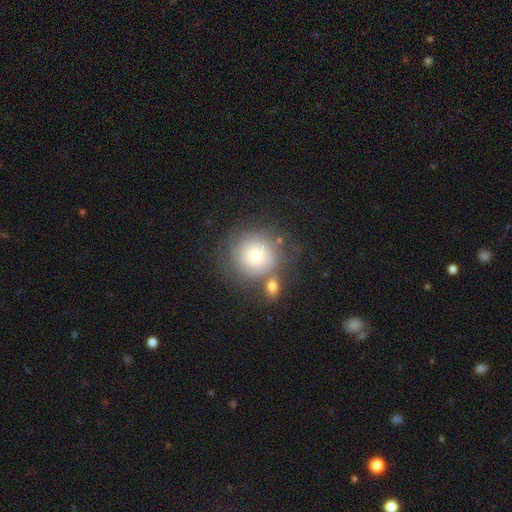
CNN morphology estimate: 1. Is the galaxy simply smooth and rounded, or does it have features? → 57% smooth, 30% featured or disk, 12% star or artifact.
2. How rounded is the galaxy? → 92% round, 7% in between, 1% cigar-shaped.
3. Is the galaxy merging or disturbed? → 64% none, 15% merger, 13% minor disturbance, 7% major disturbance.